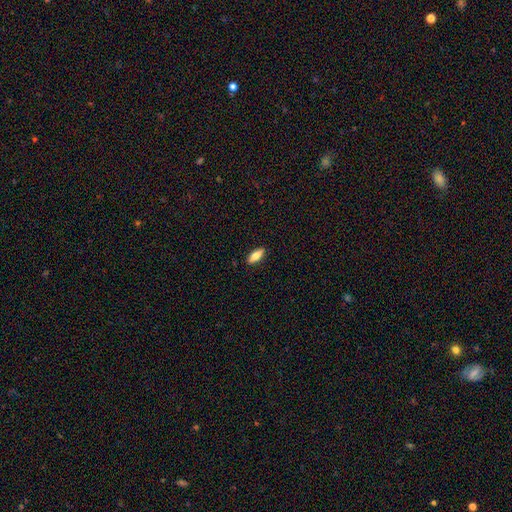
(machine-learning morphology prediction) Q: Smooth or featured?
A: smooth (76%); runner-up: featured or disk (17%)
Q: How rounded?
A: in between (72%); runner-up: cigar-shaped (26%)
Q: Merging?
A: none (89%); runner-up: minor disturbance (8%)